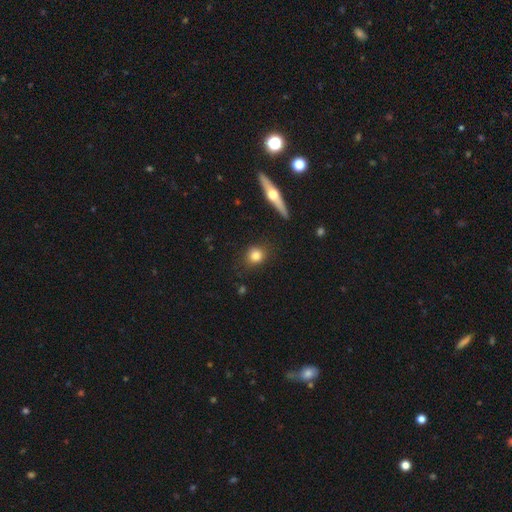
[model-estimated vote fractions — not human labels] Morphology: type=smooth (81%); roundness=round (79%); merging=none (84%).